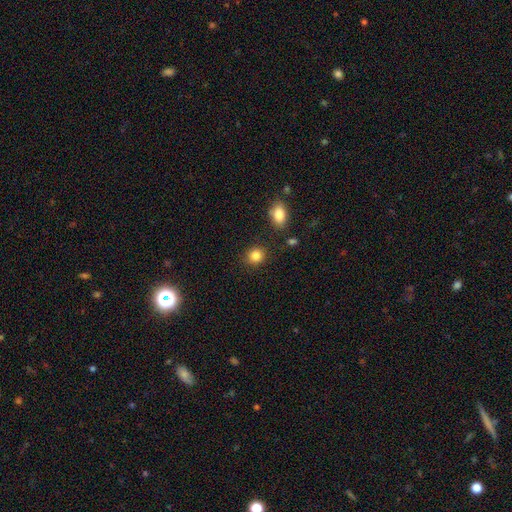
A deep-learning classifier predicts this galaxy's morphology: Smooth or featured? Predicted: smooth (p=0.85). How rounded? Predicted: round (p=0.81). Merging? Predicted: none (p=0.86).